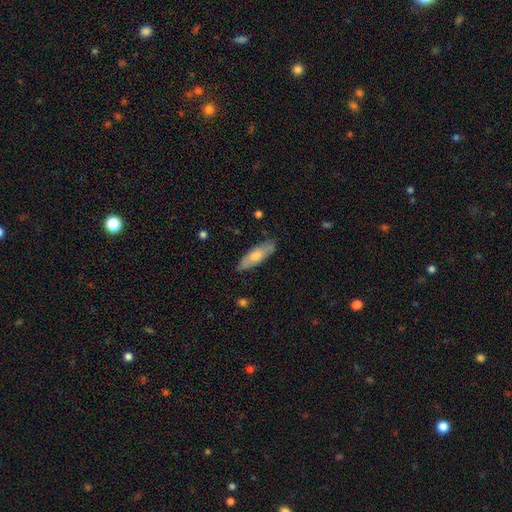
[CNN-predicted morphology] This appears to be a smooth galaxy with no disk features (65%) that is cigar-shaped (54%). Merging: none (84%).